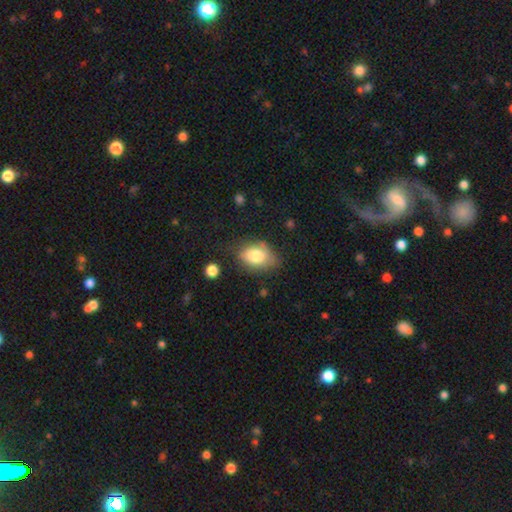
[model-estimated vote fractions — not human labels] Morphology: type=smooth (81%); roundness=in between (81%); merging=none (62%).